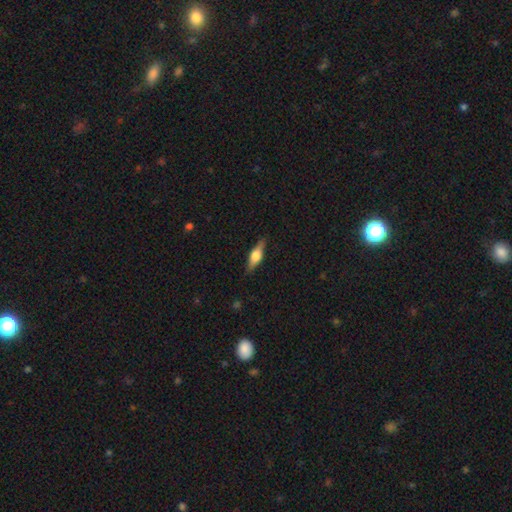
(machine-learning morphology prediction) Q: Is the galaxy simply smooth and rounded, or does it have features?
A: featured or disk — 51%.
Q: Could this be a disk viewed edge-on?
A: yes — 94%.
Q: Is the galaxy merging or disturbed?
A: none — 86%.